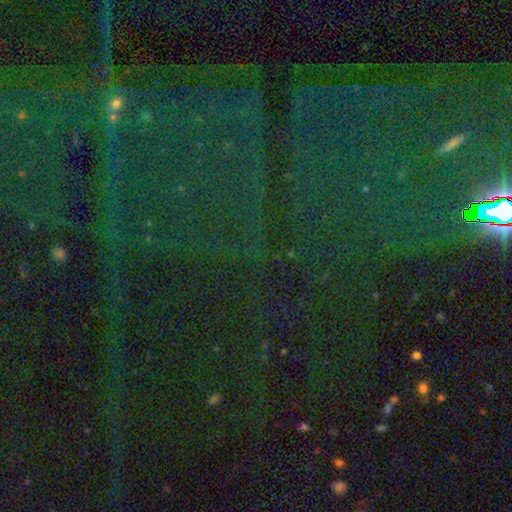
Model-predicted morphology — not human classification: star or artifact 85%, smooth 8%, featured or disk 7%.